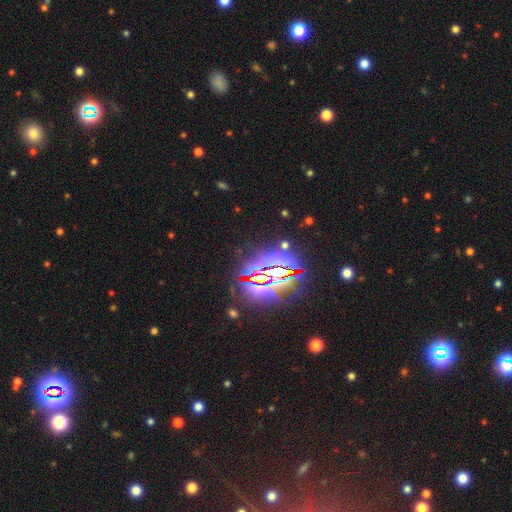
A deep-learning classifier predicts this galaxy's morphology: Smooth or featured: star or artifact — 84% (smooth — 9%)